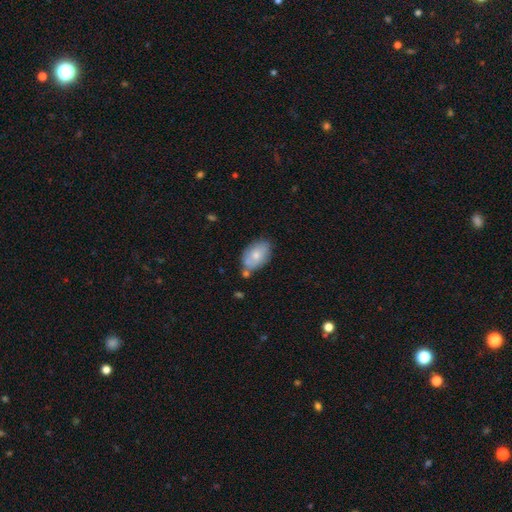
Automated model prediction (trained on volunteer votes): Q: Smooth or featured?
A: smooth (70%); runner-up: featured or disk (24%)
Q: How rounded?
A: in between (89%); runner-up: round (10%)
Q: Merging?
A: none (61%); runner-up: minor disturbance (21%)